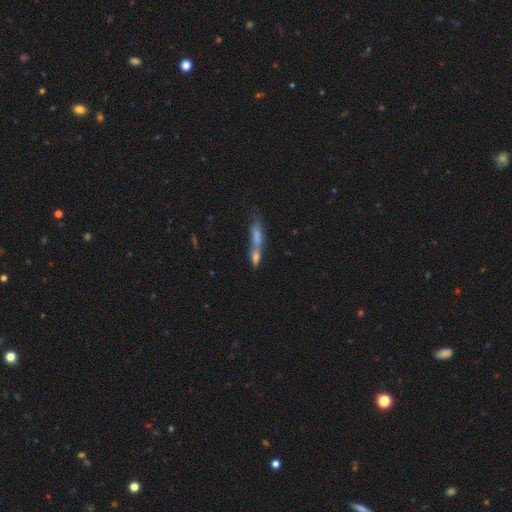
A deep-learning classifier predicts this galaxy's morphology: Smooth or featured: smooth — 51% (featured or disk — 33%)
How rounded: cigar-shaped — 61% (in between — 33%)
Merging: merger — 65% (none — 21%)